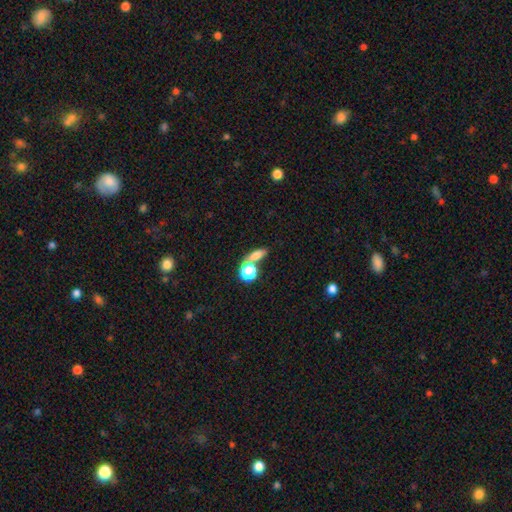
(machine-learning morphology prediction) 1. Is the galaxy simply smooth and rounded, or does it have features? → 76% smooth, 12% featured or disk, 12% star or artifact.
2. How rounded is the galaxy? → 59% in between, 24% round, 17% cigar-shaped.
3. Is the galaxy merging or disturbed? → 46% none, 39% merger, 10% minor disturbance, 6% major disturbance.